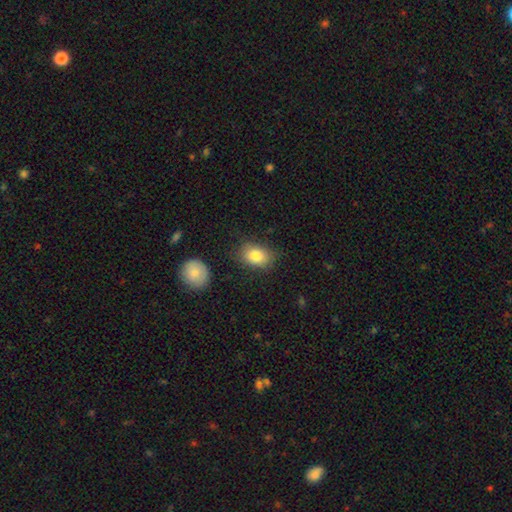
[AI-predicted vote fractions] Smooth or featured: smooth — 82% (featured or disk — 10%)
How rounded: in between — 76% (round — 23%)
Merging: none — 78% (minor disturbance — 15%)